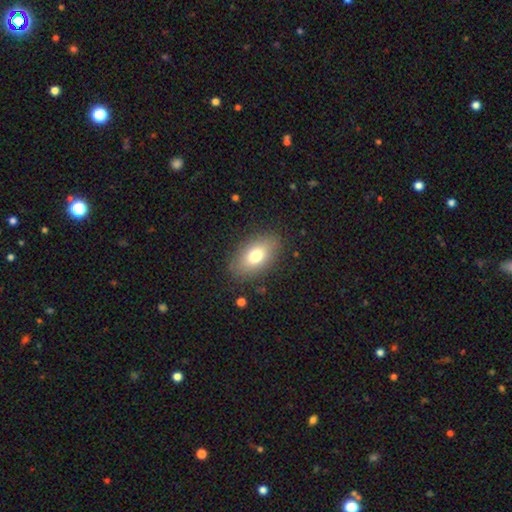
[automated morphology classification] This is likely a smooth galaxy (75%). How rounded: clearly in between (89%). Merging: clearly none (84%).